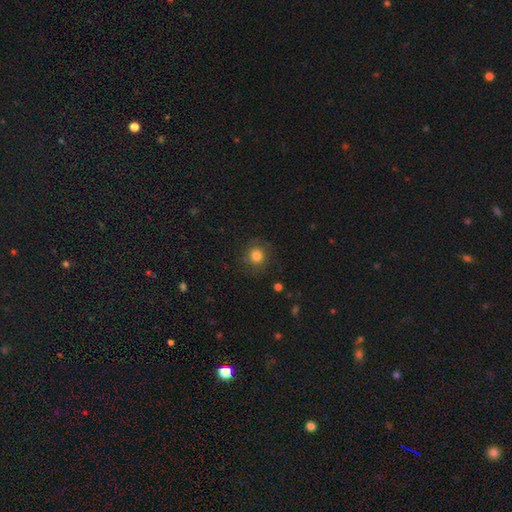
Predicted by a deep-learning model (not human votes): smooth_or_featured: smooth (p=0.80) [alt: star or artifact p=0.11]
how_rounded: round (p=0.88) [alt: in between p=0.11]
merging: none (p=0.81) [alt: minor disturbance p=0.13]